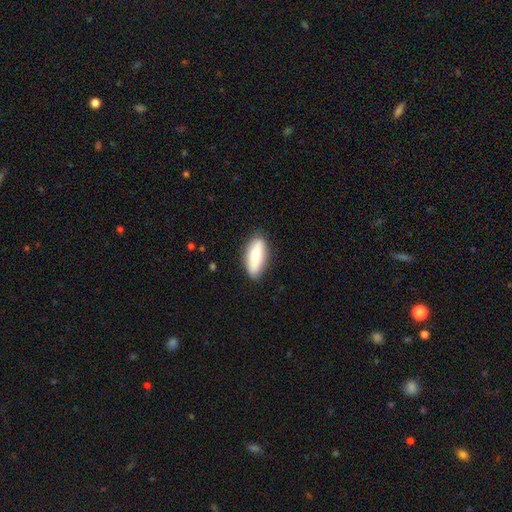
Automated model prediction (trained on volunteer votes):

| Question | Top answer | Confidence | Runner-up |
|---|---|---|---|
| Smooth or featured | smooth | 75% | featured or disk (19%) |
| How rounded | in between | 76% | cigar-shaped (21%) |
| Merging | none | 83% | minor disturbance (13%) |